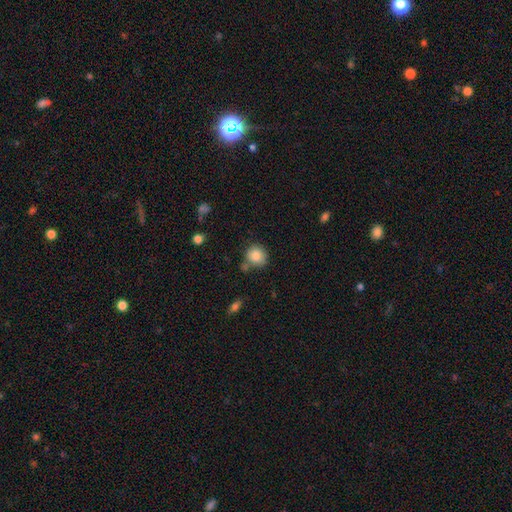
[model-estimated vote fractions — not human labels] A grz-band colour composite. It shows a smooth galaxy with no disk features (85%) that is round (86%). Merging: none (70%).